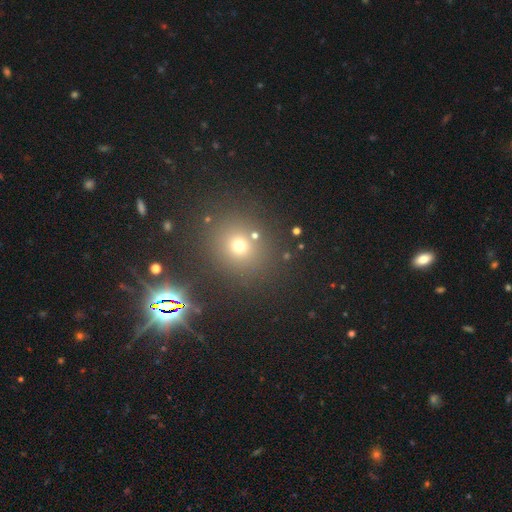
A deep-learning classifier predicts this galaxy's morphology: Smooth or featured?
  - star or artifact: 47% *
  - smooth: 44%
  - featured or disk: 8%